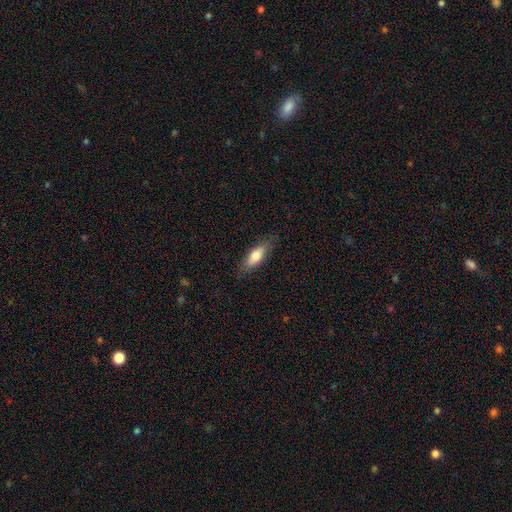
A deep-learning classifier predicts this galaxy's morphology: This is likely a smooth galaxy (71%). How rounded: possibly in between (55%). Merging: clearly none (82%).